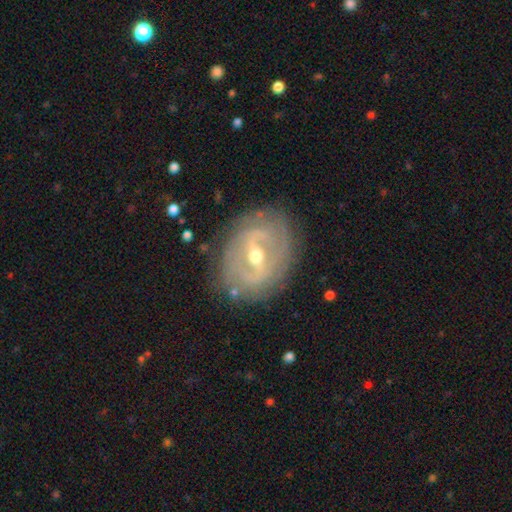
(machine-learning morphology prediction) Overall: featured or disk (80%). Edge-on disk: no (93%). Bar: strong (51%; weak 36%). Spiral arms: yes (61%; no 39%). Bulge size: moderate (59%; small 37%). Merging: none (79%).